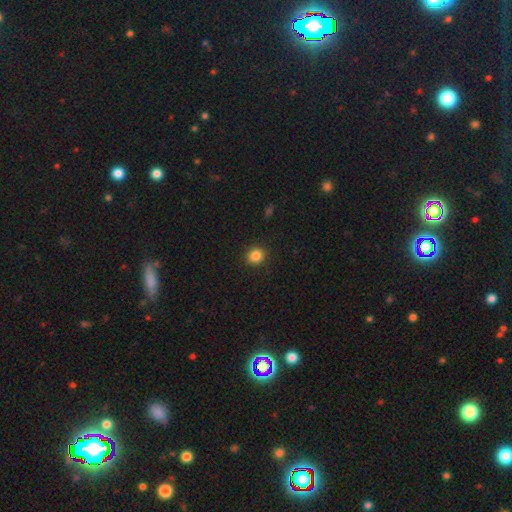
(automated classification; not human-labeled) This appears to be a smooth galaxy with no disk features (84%) that is round (85%). Merging: none (91%).